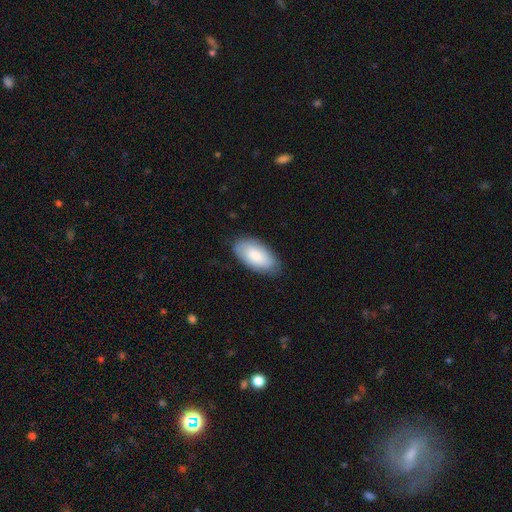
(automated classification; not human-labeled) A smooth galaxy with no disk features (79%) that is in between round and cigar-shaped (95%). Merging: none (80%).